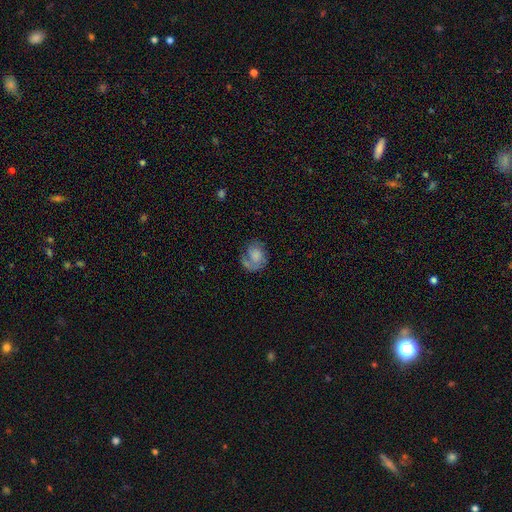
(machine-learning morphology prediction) Smooth or featured? Predicted: smooth (p=0.46). Merging? Predicted: none (p=0.48).